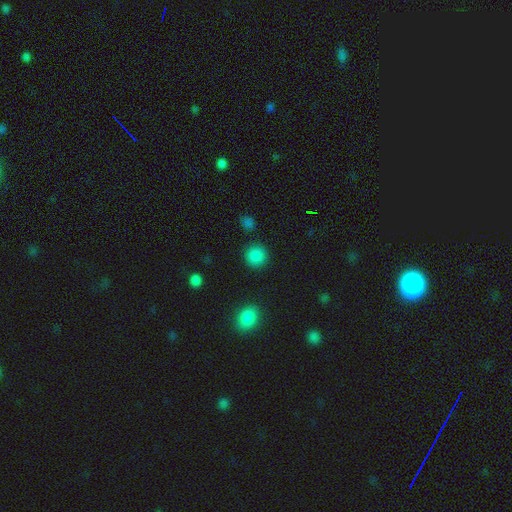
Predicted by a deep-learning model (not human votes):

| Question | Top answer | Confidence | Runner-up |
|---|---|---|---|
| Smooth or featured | smooth | 86% | star or artifact (11%) |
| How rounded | round | 92% | in between (7%) |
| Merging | none | 89% | minor disturbance (6%) |